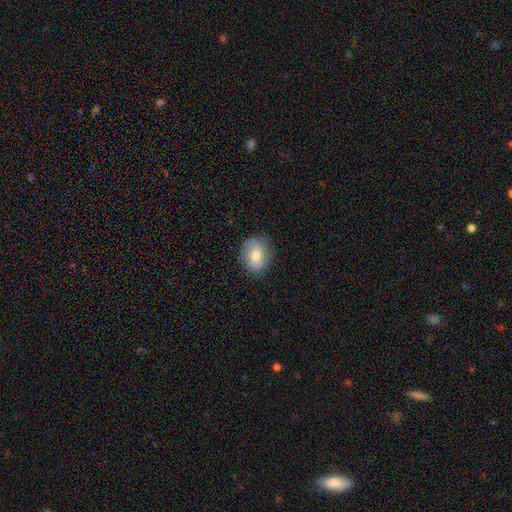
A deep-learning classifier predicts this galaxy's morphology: A smooth galaxy with no disk features (71%) that is in between round and cigar-shaped (61%). Merging: none (80%).